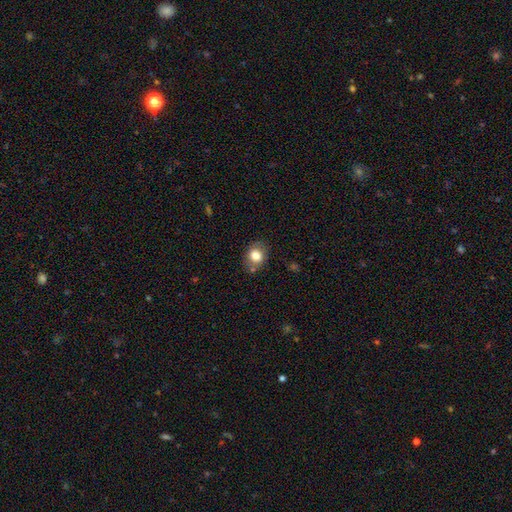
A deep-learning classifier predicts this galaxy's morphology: smooth_or_featured: smooth (p=0.79) [alt: featured or disk p=0.12]
how_rounded: round (p=0.56) [alt: in between p=0.43]
merging: none (p=0.73) [alt: minor disturbance p=0.17]